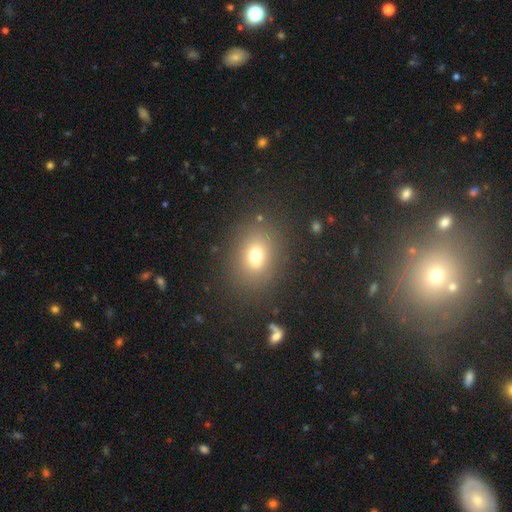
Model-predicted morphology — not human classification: smooth_or_featured: smooth (p=0.71) [alt: star or artifact p=0.16]
how_rounded: in between (p=0.53) [alt: round p=0.46]
merging: none (p=0.82) [alt: minor disturbance p=0.10]